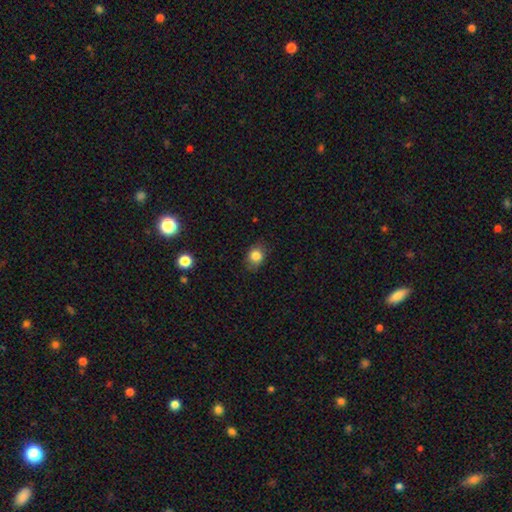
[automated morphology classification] smooth 83%, star or artifact 10%, featured or disk 7%. Down the decision tree: how rounded — in between (51%); merging — none (80%).